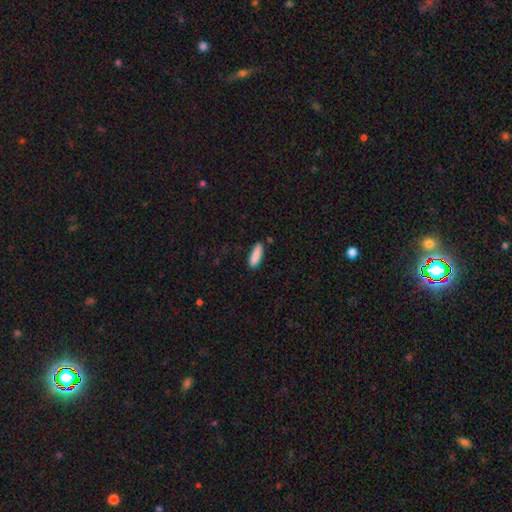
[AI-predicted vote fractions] Overall: smooth (88%). How rounded: cigar-shaped (55%; in between 44%). Merging: none (82%).